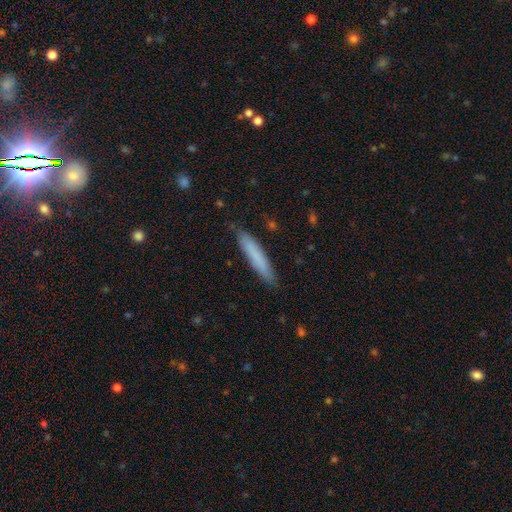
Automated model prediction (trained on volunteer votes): A smooth galaxy with no disk features (77%) that is cigar-shaped (91%). Merging: none (83%).